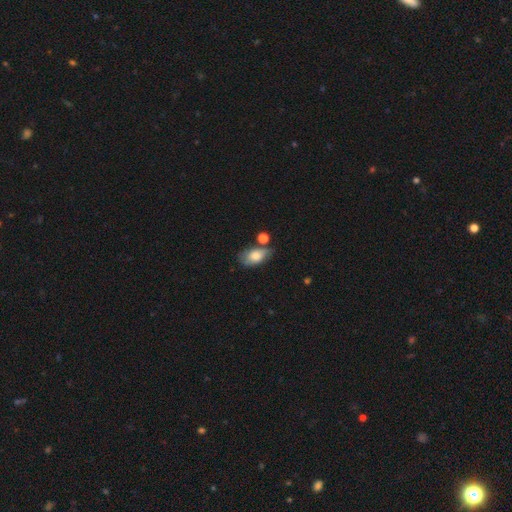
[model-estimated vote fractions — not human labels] smooth 74%, featured or disk 18%, star or artifact 8%. Down the decision tree: how rounded — in between (90%); merging — none (49%).